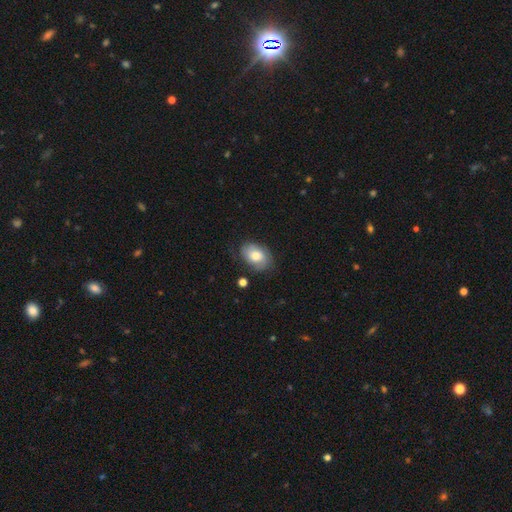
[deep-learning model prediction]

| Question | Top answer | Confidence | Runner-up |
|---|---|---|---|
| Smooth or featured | smooth | 62% | featured or disk (30%) |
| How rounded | in between | 79% | round (19%) |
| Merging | none | 69% | minor disturbance (22%) |